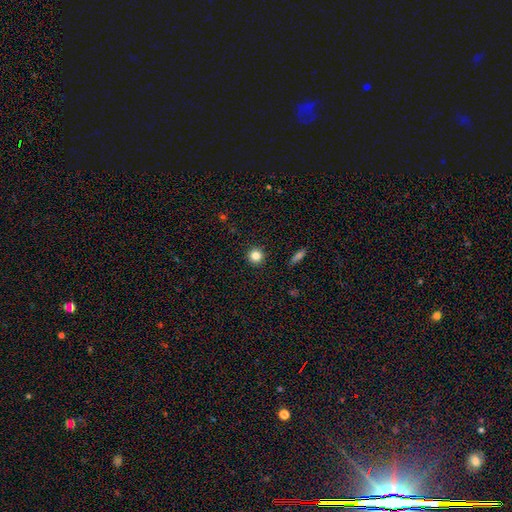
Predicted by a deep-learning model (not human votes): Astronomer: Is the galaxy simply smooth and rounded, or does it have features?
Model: smooth — 82%.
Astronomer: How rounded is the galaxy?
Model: round — 95%.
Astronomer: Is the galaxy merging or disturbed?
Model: none — 92%.